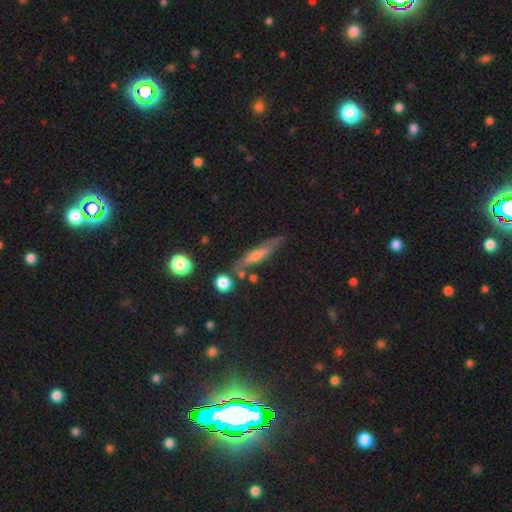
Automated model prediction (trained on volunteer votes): smooth-or-featured: featured or disk: 46% | smooth: 44% | star or artifact: 10%
  merging: none: 69% | minor disturbance: 19% | merger: 7% | major disturbance: 5%